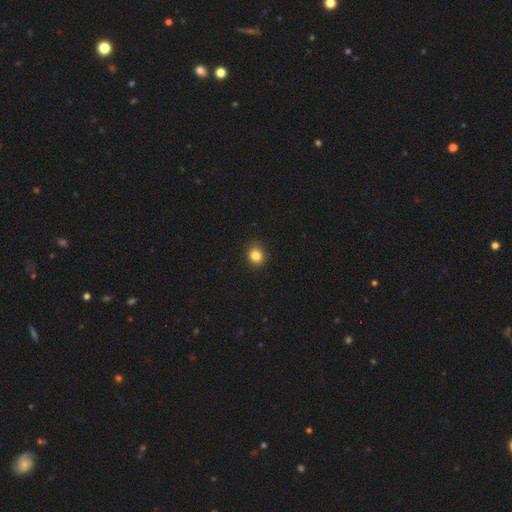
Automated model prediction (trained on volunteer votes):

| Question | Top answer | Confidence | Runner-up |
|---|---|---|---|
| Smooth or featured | smooth | 84% | star or artifact (11%) |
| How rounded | round | 80% | in between (19%) |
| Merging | none | 87% | minor disturbance (10%) |